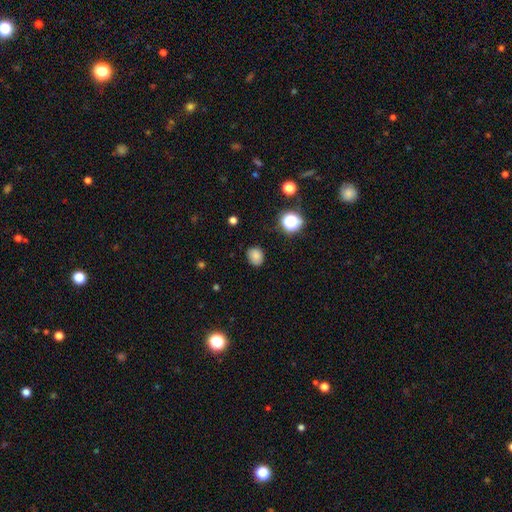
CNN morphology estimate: Smooth or featured: smooth — 81% (star or artifact — 13%)
How rounded: round — 56% (in between — 43%)
Merging: none — 81% (minor disturbance — 14%)